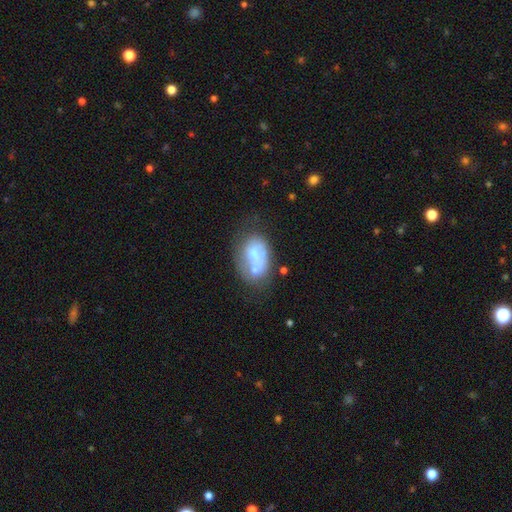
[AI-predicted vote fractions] This is possibly a smooth galaxy (51%). How rounded: clearly in between (83%). Merging: marginally none (33%).